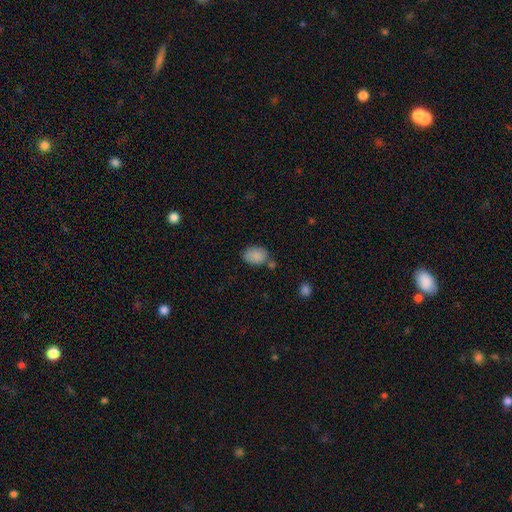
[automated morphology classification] type=smooth (86%); roundness=in between (79%); merging=none (64%).